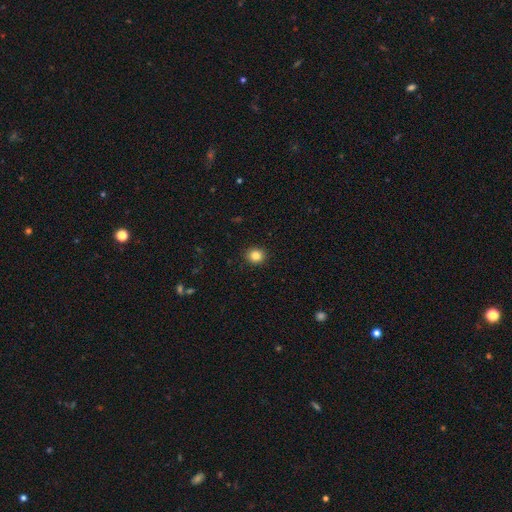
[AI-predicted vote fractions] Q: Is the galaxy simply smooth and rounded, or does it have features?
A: smooth — 83%.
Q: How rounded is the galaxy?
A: round — 84%.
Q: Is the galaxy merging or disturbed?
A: none — 92%.